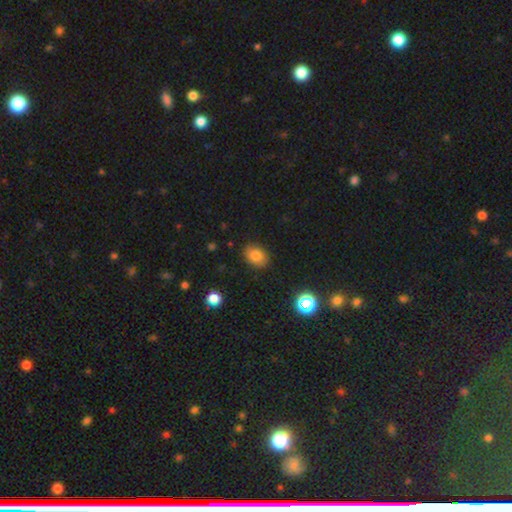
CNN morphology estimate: This is likely a smooth galaxy (79%). How rounded: likely in between (61%). Merging: clearly none (85%).